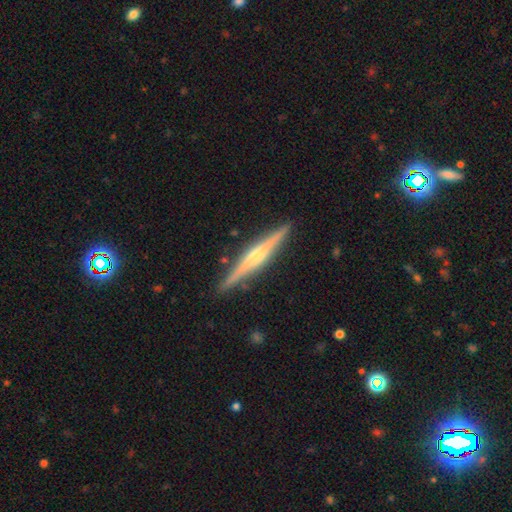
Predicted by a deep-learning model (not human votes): This appears to be a featured or disk galaxy (73%) viewed edge-on (98%) with a rounded central bulge (65%). Merging: none (89%).